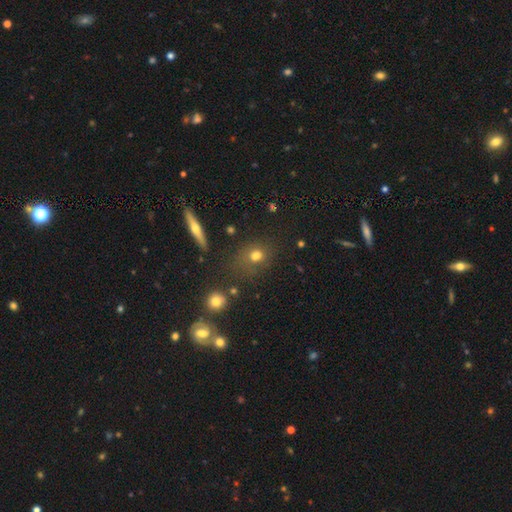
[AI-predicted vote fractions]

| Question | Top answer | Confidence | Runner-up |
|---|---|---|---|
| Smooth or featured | smooth | 71% | star or artifact (16%) |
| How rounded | round | 62% | in between (34%) |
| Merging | none | 66% | minor disturbance (17%) |